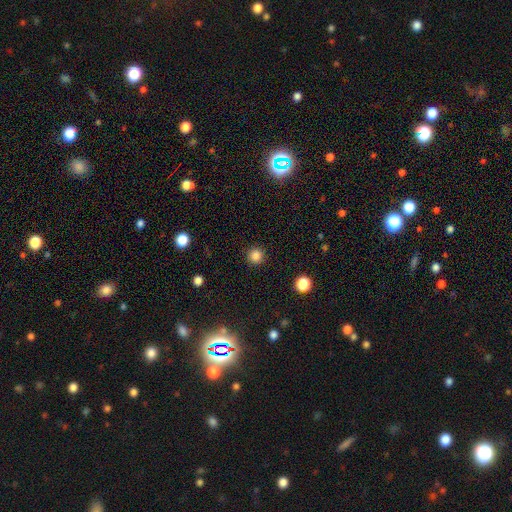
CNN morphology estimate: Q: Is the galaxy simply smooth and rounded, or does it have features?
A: smooth — 84%.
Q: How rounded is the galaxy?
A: round — 95%.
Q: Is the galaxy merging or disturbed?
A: none — 92%.